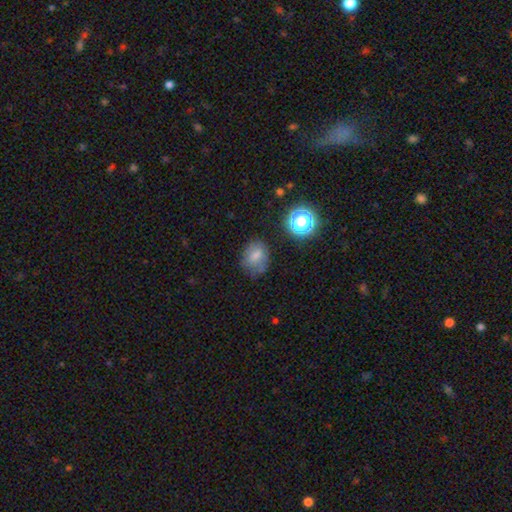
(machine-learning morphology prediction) A smooth galaxy with no disk features (68%) that is in between round and cigar-shaped (51%).

Vote fractions:
- Smooth or featured? smooth: 68% / featured or disk: 17% / star or artifact: 14%
- How rounded? in between: 51% / round: 48% / cigar-shaped: 1%
- Merging? none: 59% / minor disturbance: 26% / major disturbance: 12% / merger: 3%